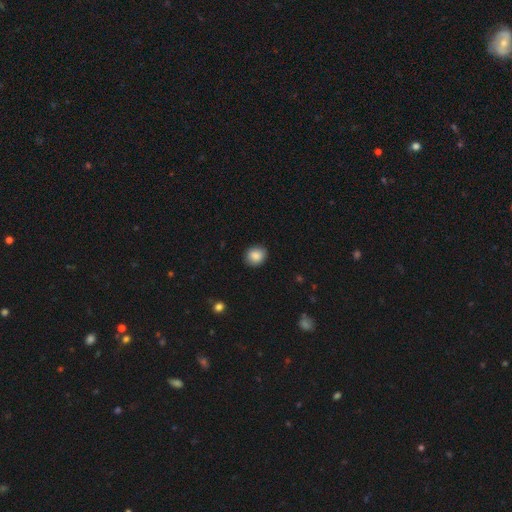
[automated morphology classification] Q: Smooth or featured?
A: smooth (87%); runner-up: star or artifact (8%)
Q: How rounded?
A: round (72%); runner-up: in between (28%)
Q: Merging?
A: none (87%); runner-up: minor disturbance (10%)